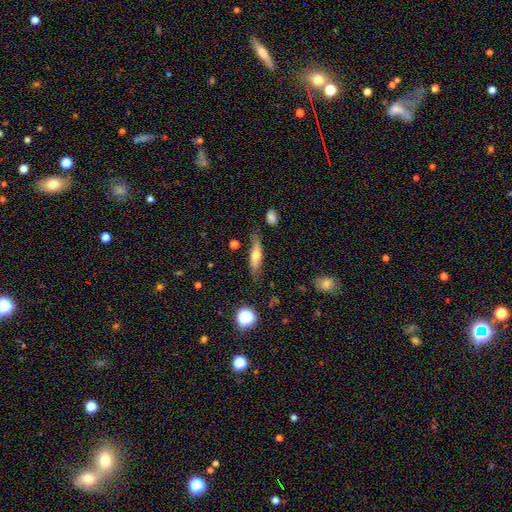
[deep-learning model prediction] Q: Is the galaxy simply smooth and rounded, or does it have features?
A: smooth — 55%.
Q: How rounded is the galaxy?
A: cigar-shaped — 71%.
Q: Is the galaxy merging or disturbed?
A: none — 78%.